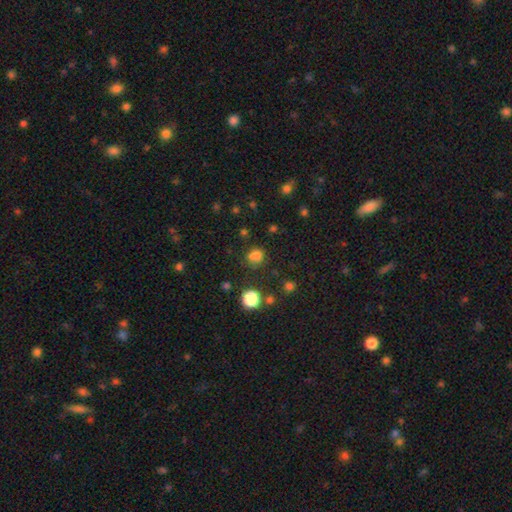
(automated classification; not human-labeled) Overall: smooth (71%). How rounded: round (75%). Merging: none (61%).